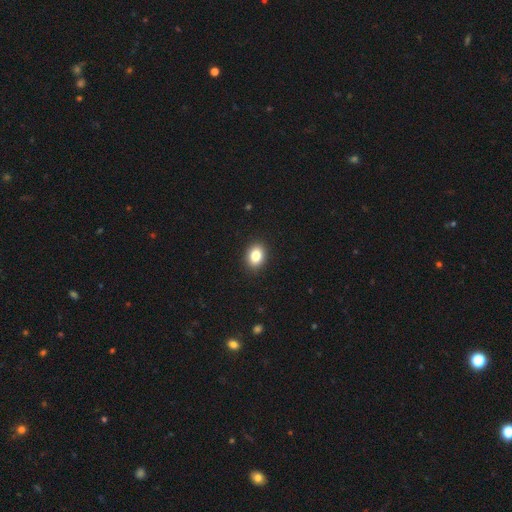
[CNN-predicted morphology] Smooth or featured?
  - smooth: 84% *
  - star or artifact: 9%
  - featured or disk: 7%
How rounded?
  - in between: 62% *
  - round: 37%
  - cigar-shaped: 1%
Merging?
  - none: 91% *
  - minor disturbance: 6%
  - major disturbance: 2%
  - merger: 1%